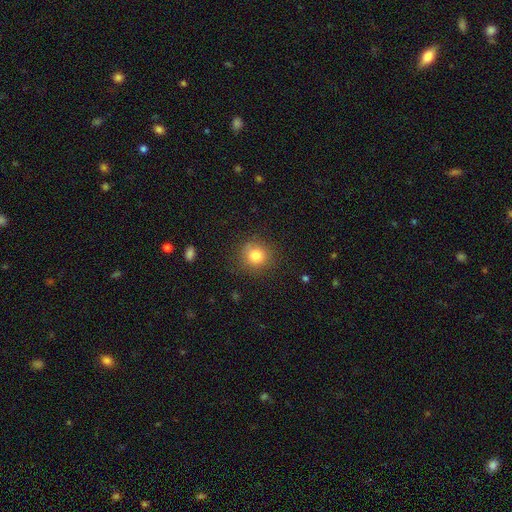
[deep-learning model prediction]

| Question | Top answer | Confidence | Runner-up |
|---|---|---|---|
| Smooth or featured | smooth | 81% | star or artifact (11%) |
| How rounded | round | 89% | in between (10%) |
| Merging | none | 84% | minor disturbance (11%) |